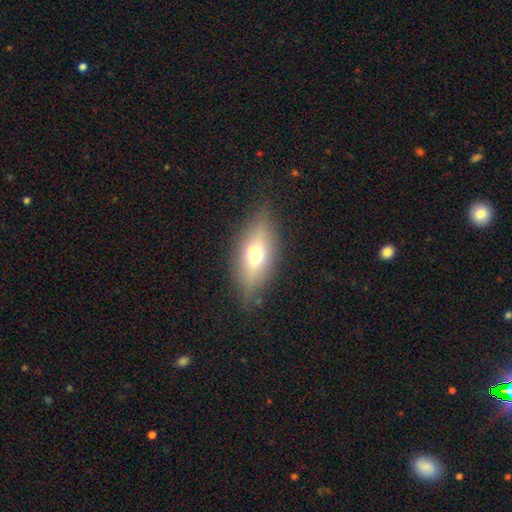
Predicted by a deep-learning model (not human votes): Q: Smooth or featured?
A: smooth (47%); runner-up: featured or disk (43%)
Q: Merging?
A: none (77%); runner-up: minor disturbance (14%)